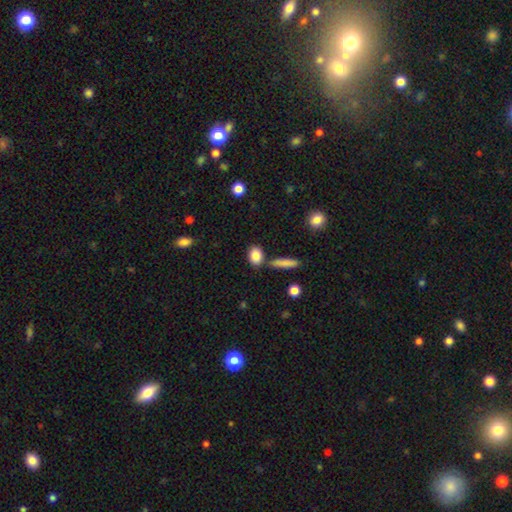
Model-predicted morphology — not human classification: smooth-or-featured: smooth: 85% | star or artifact: 8% | featured or disk: 7%
  how-rounded: in between: 73% | round: 22% | cigar-shaped: 5%
  merging: none: 75% | minor disturbance: 11% | merger: 11% | major disturbance: 3%